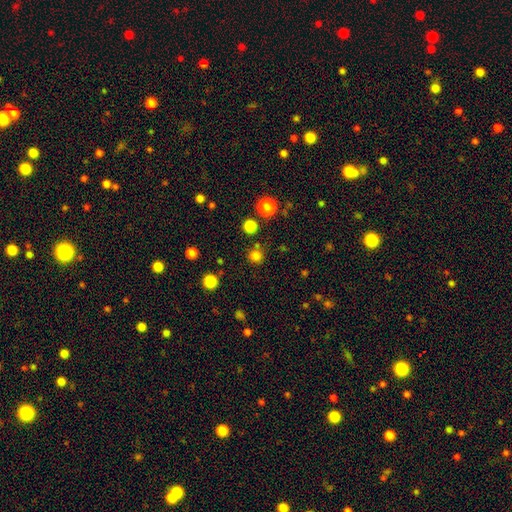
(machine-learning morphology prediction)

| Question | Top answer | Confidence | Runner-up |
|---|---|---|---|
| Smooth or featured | smooth | 78% | star or artifact (18%) |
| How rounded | round | 93% | in between (6%) |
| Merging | none | 81% | merger (8%) |